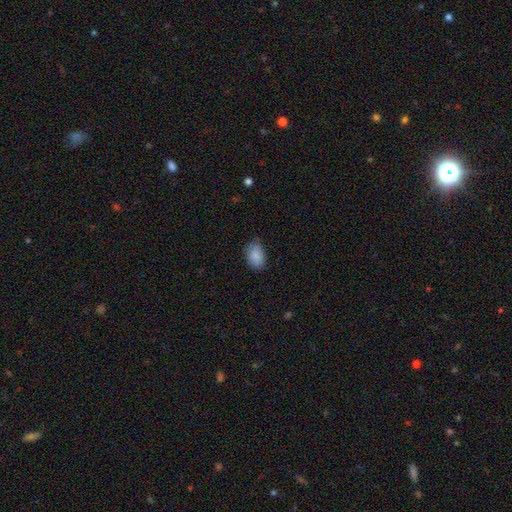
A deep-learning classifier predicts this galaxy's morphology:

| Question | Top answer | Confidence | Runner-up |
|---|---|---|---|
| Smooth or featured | smooth | 88% | star or artifact (7%) |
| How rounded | in between | 86% | round (13%) |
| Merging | none | 73% | minor disturbance (22%) |